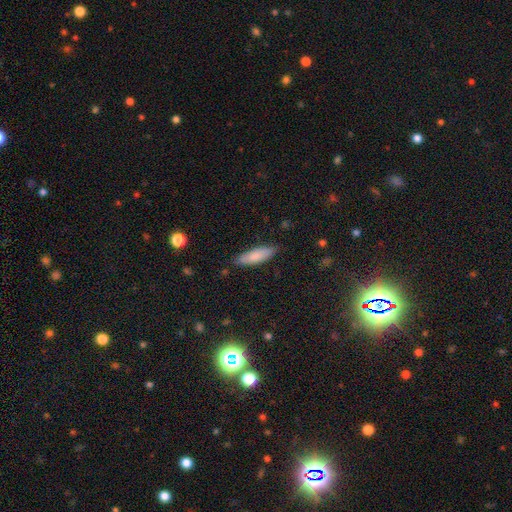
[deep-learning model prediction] Smooth or featured? Predicted: smooth (p=0.82). How rounded? Predicted: cigar-shaped (p=0.59). Merging? Predicted: none (p=0.83).